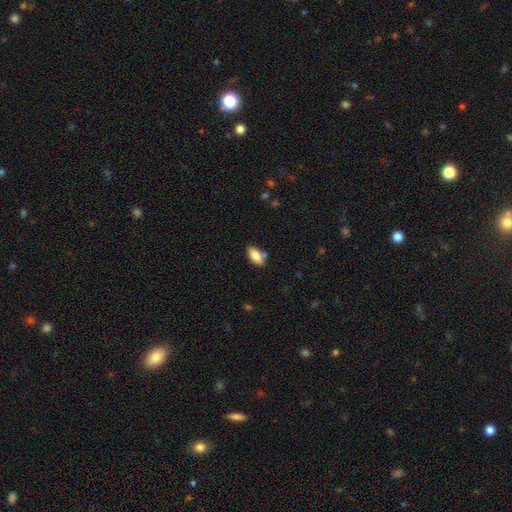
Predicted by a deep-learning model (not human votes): smooth-or-featured: smooth: 85% | featured or disk: 8% | star or artifact: 7%
  how-rounded: in between: 91% | cigar-shaped: 7% | round: 2%
  merging: none: 76% | minor disturbance: 14% | merger: 8% | major disturbance: 3%